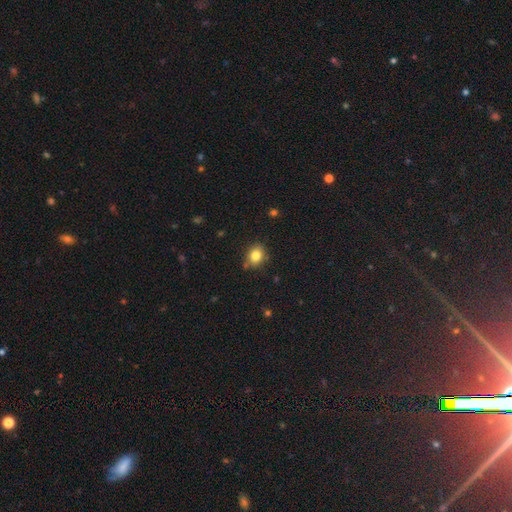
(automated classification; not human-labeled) Smooth or featured: smooth — 82% (star or artifact — 11%)
How rounded: round — 58% (in between — 41%)
Merging: none — 79% (minor disturbance — 14%)